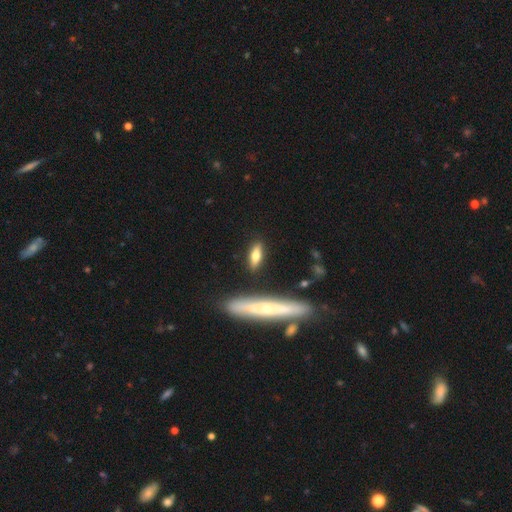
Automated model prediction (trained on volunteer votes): Smooth or featured: smooth — 59% (featured or disk — 35%)
How rounded: in between — 52% (cigar-shaped — 44%)
Merging: none — 86% (minor disturbance — 9%)